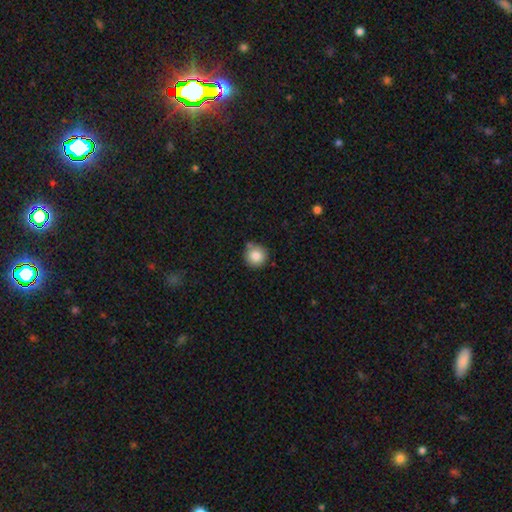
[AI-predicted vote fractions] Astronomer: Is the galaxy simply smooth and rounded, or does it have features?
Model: smooth — 84%.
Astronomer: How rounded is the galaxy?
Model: round — 94%.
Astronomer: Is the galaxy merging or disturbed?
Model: none — 72%.